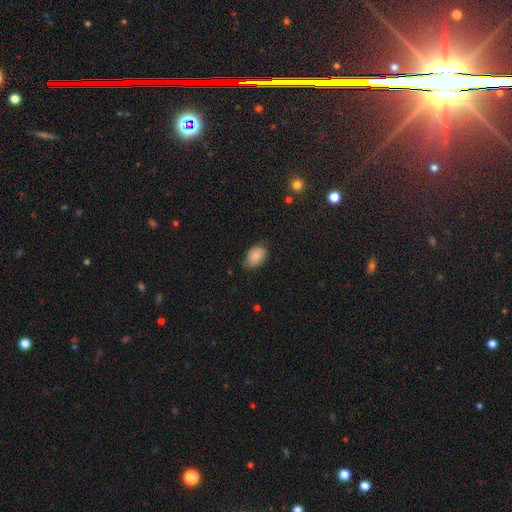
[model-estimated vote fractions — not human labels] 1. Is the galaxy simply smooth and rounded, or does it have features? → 80% smooth, 12% featured or disk, 8% star or artifact.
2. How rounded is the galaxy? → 85% in between, 14% round, 1% cigar-shaped.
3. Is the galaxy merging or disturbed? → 66% none, 29% minor disturbance, 4% major disturbance, 1% merger.